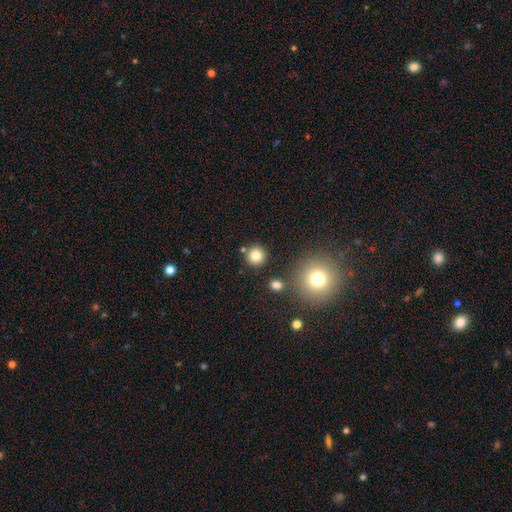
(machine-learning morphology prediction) smooth 80%, star or artifact 12%, featured or disk 7%. Down the decision tree: how rounded — round (93%); merging — none (84%).